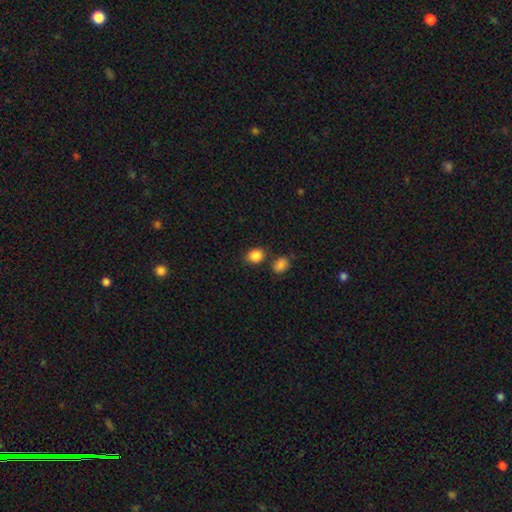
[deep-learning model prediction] A smooth galaxy with no disk features (87%) that is round (56%).

Vote fractions:
- Smooth or featured? smooth: 87% / star or artifact: 9% / featured or disk: 4%
- How rounded? round: 56% / in between: 43% / cigar-shaped: 1%
- Merging? none: 72% / merger: 13% / minor disturbance: 12% / major disturbance: 3%